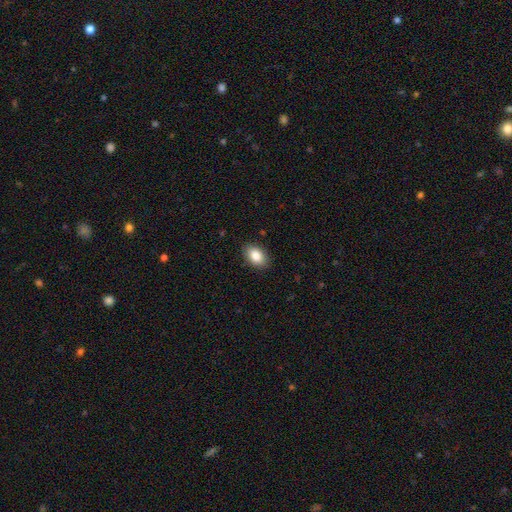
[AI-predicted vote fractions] Smooth or featured?
  - smooth: 86% *
  - star or artifact: 7%
  - featured or disk: 6%
How rounded?
  - in between: 86% *
  - round: 12%
  - cigar-shaped: 1%
Merging?
  - none: 88% *
  - minor disturbance: 9%
  - major disturbance: 2%
  - merger: 1%